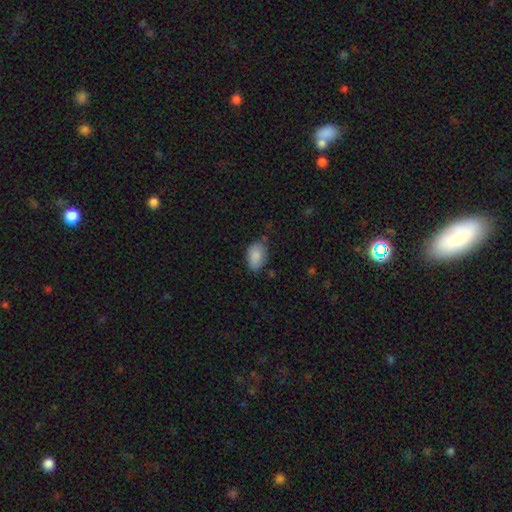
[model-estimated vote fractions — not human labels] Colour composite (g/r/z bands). It shows a smooth galaxy with no disk features (88%) that is in between round and cigar-shaped (89%). Merging: none (71%).